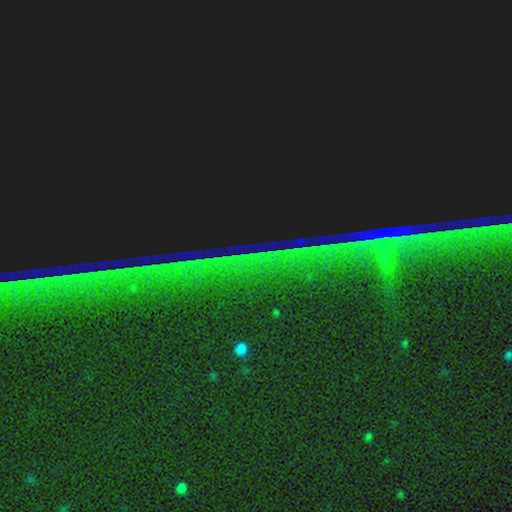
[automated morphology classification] smooth-or-featured: star or artifact: 88% | featured or disk: 6% | smooth: 6%